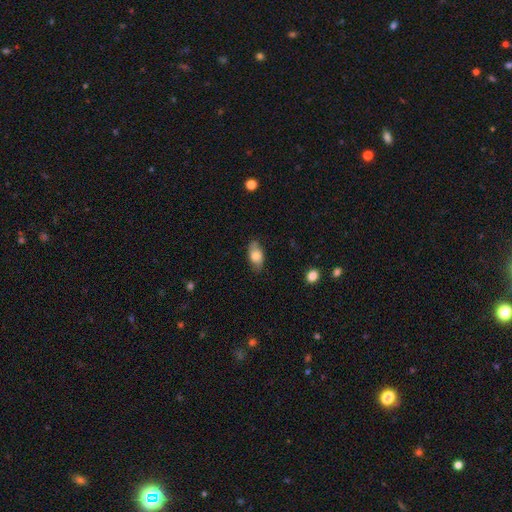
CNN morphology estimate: This is likely a smooth galaxy (72%). How rounded: clearly in between (90%). Merging: likely none (74%).